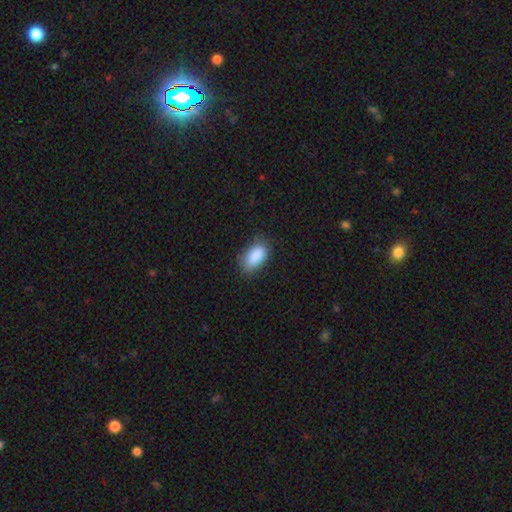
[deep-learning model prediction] This is clearly a smooth galaxy (88%). How rounded: clearly in between (92%). Merging: likely none (72%).